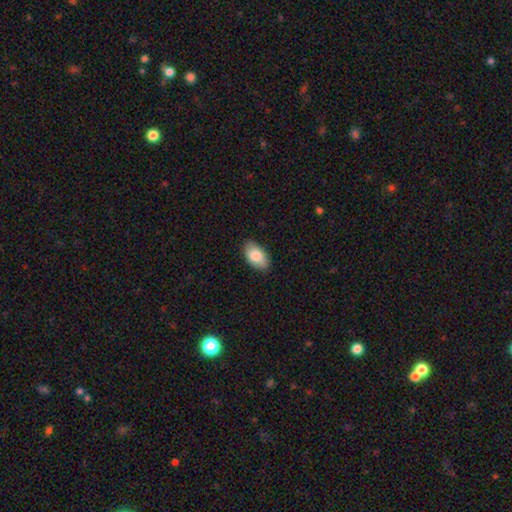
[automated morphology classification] Smooth or featured?
  - smooth: 84% *
  - featured or disk: 10%
  - star or artifact: 6%
How rounded?
  - in between: 94% *
  - round: 4%
  - cigar-shaped: 2%
Merging?
  - none: 86% *
  - minor disturbance: 11%
  - major disturbance: 2%
  - merger: 1%